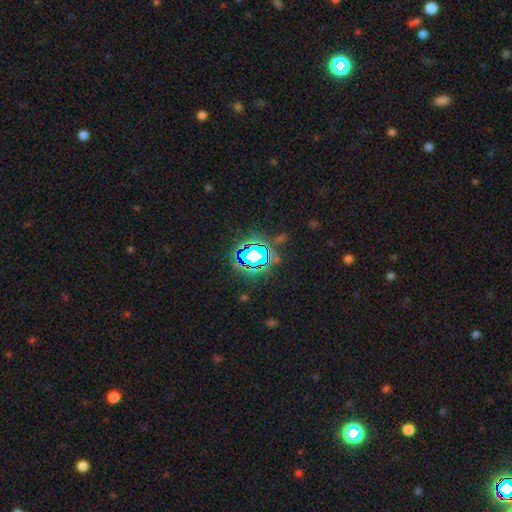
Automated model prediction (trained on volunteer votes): A star or artifact, not a galaxy (72%).

Vote fractions:
- Smooth or featured? star or artifact: 72% / smooth: 16% / featured or disk: 12%